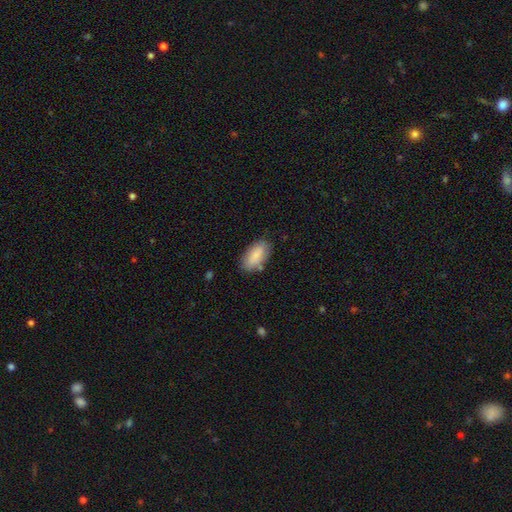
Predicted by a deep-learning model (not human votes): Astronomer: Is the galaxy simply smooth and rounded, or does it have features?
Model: smooth — 86%.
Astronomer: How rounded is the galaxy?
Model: in between — 92%.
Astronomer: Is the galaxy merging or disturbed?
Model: none — 77%.